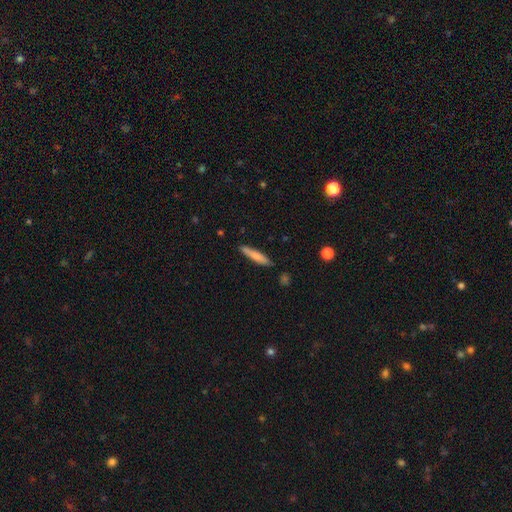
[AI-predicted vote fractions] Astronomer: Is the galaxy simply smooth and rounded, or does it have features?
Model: smooth — 73%.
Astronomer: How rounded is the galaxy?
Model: cigar-shaped — 90%.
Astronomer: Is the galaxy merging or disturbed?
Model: none — 86%.